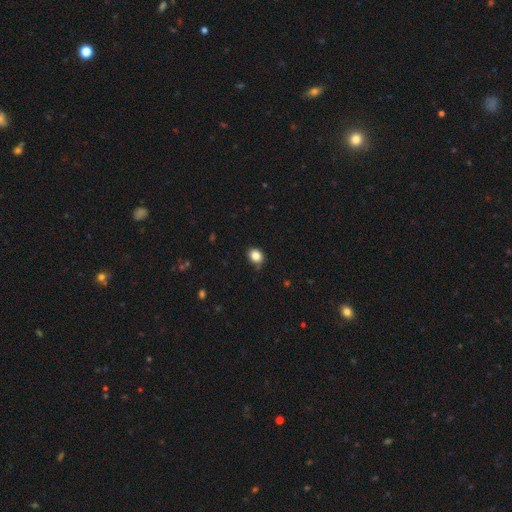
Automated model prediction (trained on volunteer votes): A smooth galaxy with no disk features (85%) that is round (52%). Merging: none (80%).